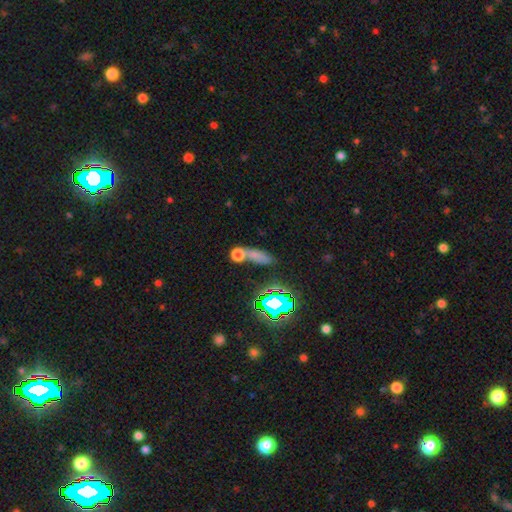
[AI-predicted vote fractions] The model was most divided on "merging": none: 41%, merger: 39%, minor disturbance: 12%, major disturbance: 8%. Remaining: smooth or featured — smooth (60%); how rounded — in between (43%).